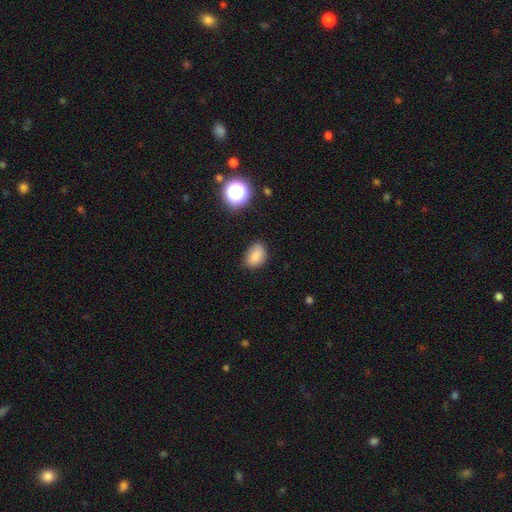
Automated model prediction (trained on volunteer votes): Q: Smooth or featured?
A: smooth (83%); runner-up: star or artifact (11%)
Q: How rounded?
A: in between (80%); runner-up: round (19%)
Q: Merging?
A: none (75%); runner-up: minor disturbance (19%)